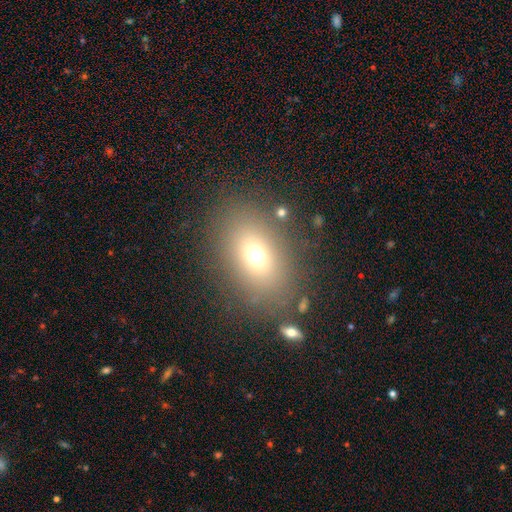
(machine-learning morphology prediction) type=smooth (69%); roundness=in between (69%); merging=none (80%).